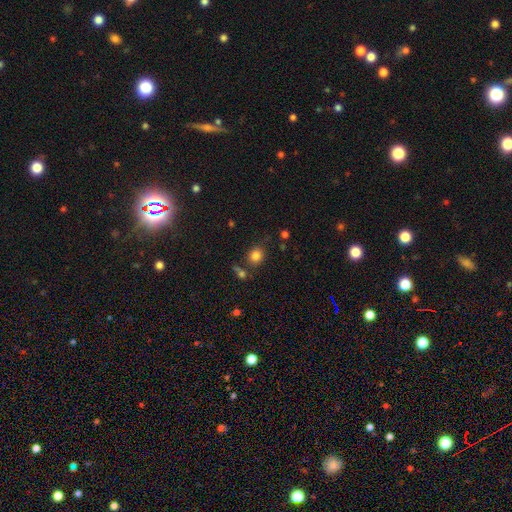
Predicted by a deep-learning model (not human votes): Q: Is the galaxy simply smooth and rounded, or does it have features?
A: smooth — 82%.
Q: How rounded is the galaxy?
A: round — 72%.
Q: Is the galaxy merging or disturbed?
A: none — 72%.